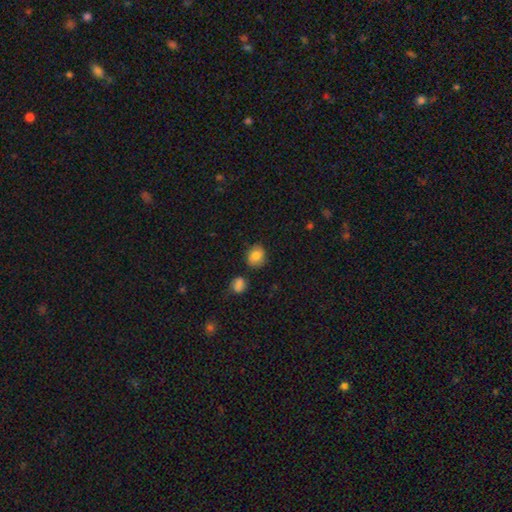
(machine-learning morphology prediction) Smooth or featured: smooth — 83% (star or artifact — 9%)
How rounded: round — 68% (in between — 31%)
Merging: none — 79% (minor disturbance — 14%)